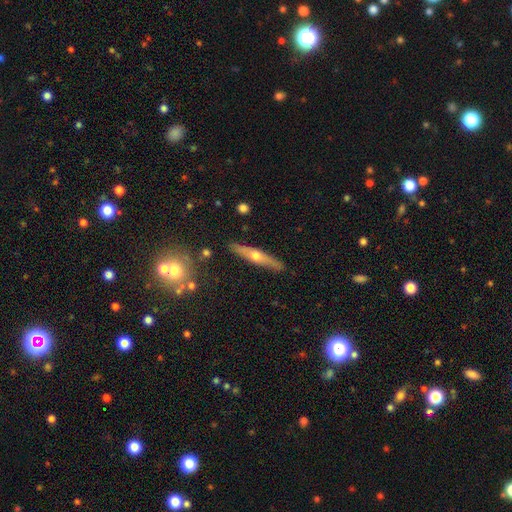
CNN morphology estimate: Overall: featured or disk (64%; smooth 29%). Edge-on disk: yes (93%). Edge-on bulge: rounded (91%). Merging: none (88%).